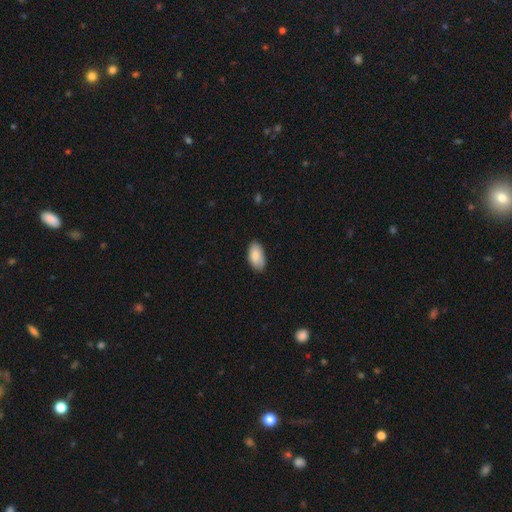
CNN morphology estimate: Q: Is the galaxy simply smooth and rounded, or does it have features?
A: smooth — 86%.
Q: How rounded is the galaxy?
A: in between — 95%.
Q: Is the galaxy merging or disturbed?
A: none — 78%.